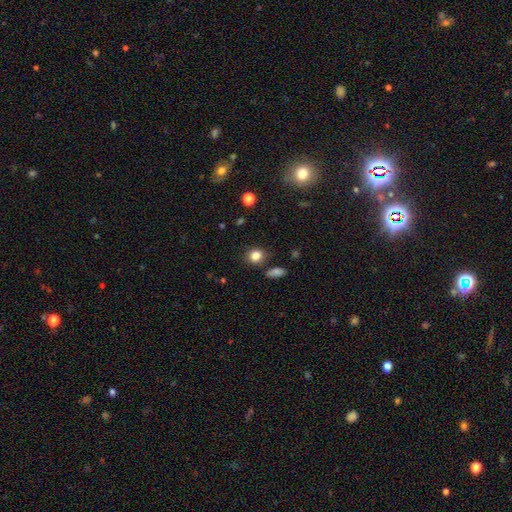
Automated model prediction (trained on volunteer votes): A smooth galaxy with no disk features (83%) that is round (78%). Merging: none (84%).